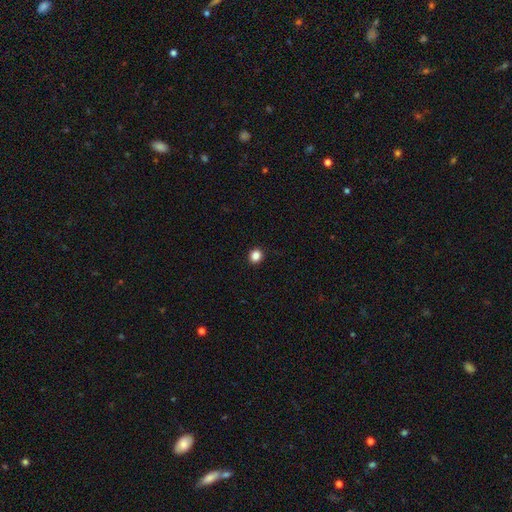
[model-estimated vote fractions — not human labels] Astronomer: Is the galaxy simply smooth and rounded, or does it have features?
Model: smooth — 85%.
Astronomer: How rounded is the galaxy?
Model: round — 82%.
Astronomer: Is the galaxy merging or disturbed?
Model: none — 93%.